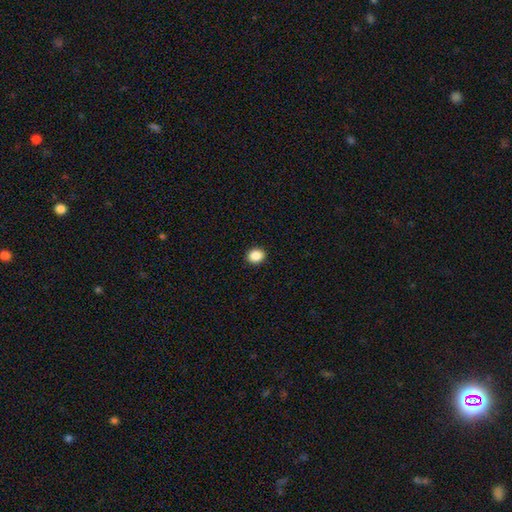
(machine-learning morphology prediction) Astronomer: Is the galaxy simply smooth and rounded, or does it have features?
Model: smooth — 88%.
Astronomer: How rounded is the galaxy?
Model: round — 67%.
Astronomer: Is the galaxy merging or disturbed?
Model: none — 92%.